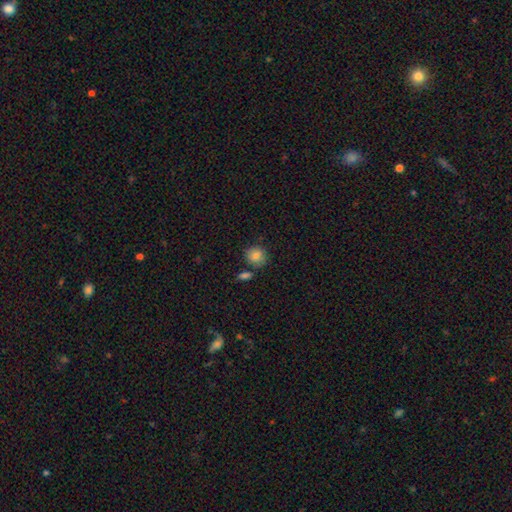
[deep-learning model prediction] Smooth or featured?
  - smooth: 84% *
  - star or artifact: 9%
  - featured or disk: 7%
How rounded?
  - round: 81% *
  - in between: 17%
  - cigar-shaped: 1%
Merging?
  - none: 74% *
  - merger: 12%
  - minor disturbance: 11%
  - major disturbance: 3%